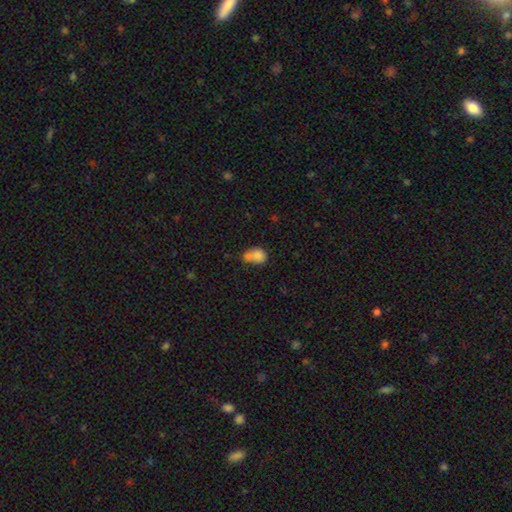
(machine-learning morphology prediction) smooth 78%, featured or disk 12%, star or artifact 10%. Down the decision tree: how rounded — in between (51%); merging — merger (55%).